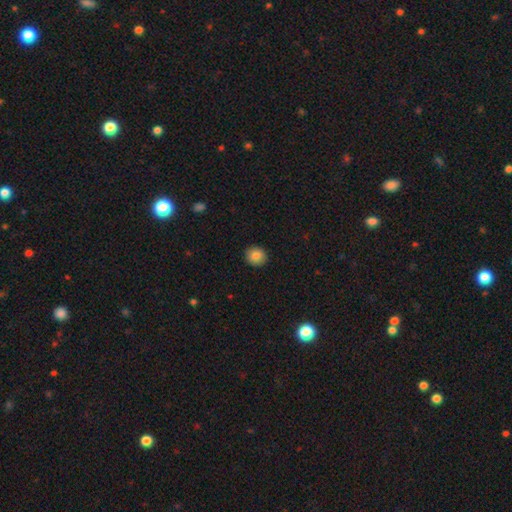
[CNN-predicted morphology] Q: Smooth or featured?
A: smooth (84%); runner-up: star or artifact (9%)
Q: How rounded?
A: round (86%); runner-up: in between (13%)
Q: Merging?
A: none (91%); runner-up: minor disturbance (6%)